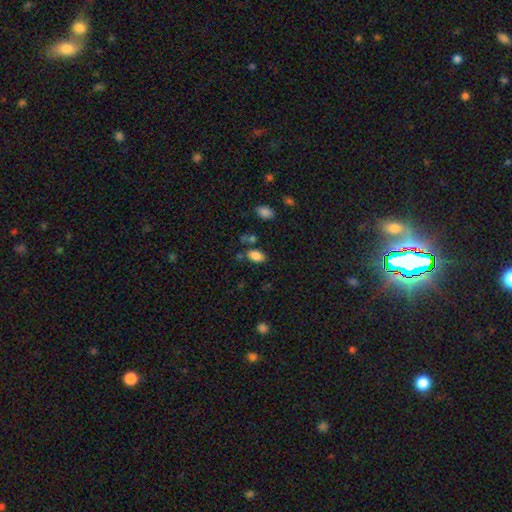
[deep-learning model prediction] This is clearly a smooth galaxy (85%). How rounded: clearly in between (92%). Merging: likely none (71%).